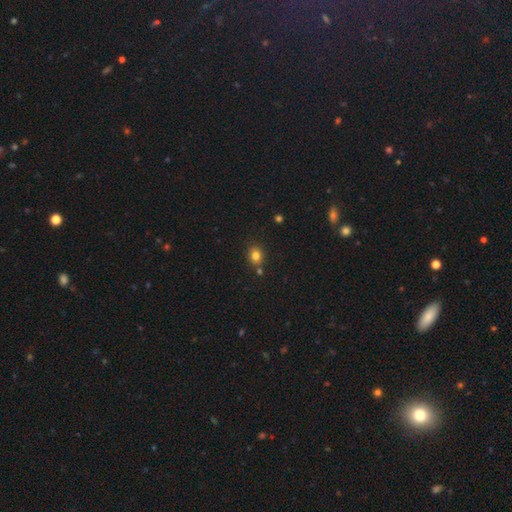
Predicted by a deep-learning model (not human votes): Smooth or featured? smooth (80%)
How rounded? round (70%)
Merging? none (75%)